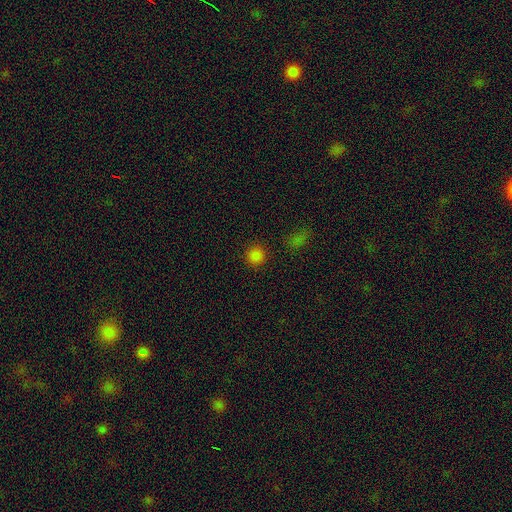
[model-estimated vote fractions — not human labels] Morphology: type=smooth (83%); roundness=round (94%); merging=none (90%).